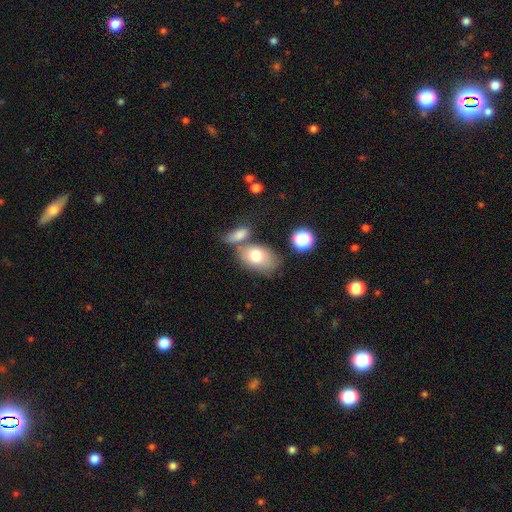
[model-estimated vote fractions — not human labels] smooth-or-featured: smooth: 75% | featured or disk: 16% | star or artifact: 9%
  how-rounded: in between: 85% | round: 13% | cigar-shaped: 2%
  merging: none: 49% | merger: 29% | minor disturbance: 16% | major disturbance: 7%